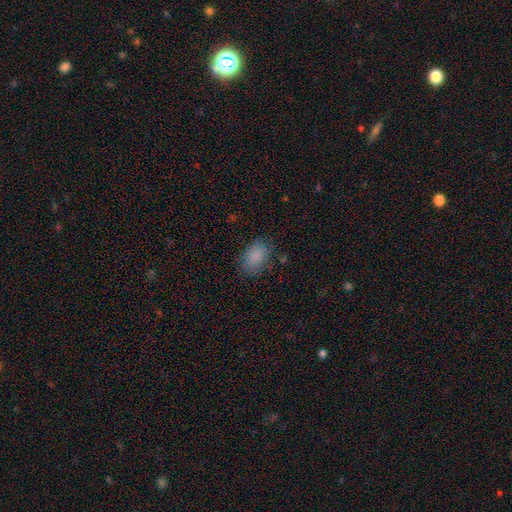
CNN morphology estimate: Smooth or featured?
  - smooth: 85% *
  - star or artifact: 9%
  - featured or disk: 5%
How rounded?
  - in between: 83% *
  - round: 16%
  - cigar-shaped: 1%
Merging?
  - none: 77% *
  - minor disturbance: 16%
  - major disturbance: 5%
  - merger: 1%